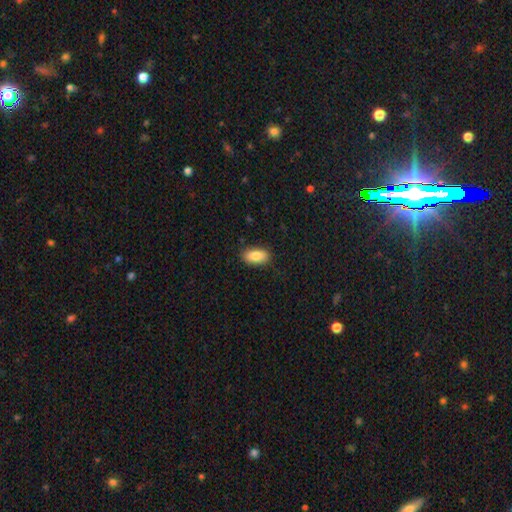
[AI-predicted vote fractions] This appears to be a smooth galaxy with no disk features (84%) that is in between round and cigar-shaped (89%). Merging: none (86%).